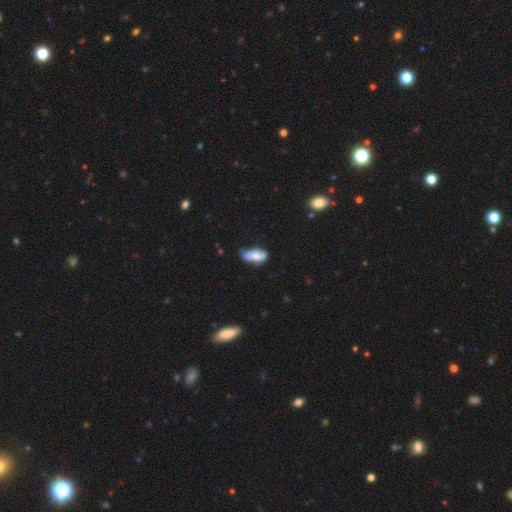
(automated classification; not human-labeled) Overall: smooth (71%). How rounded: in between (88%). Merging: none (52%; minor disturbance 36%).